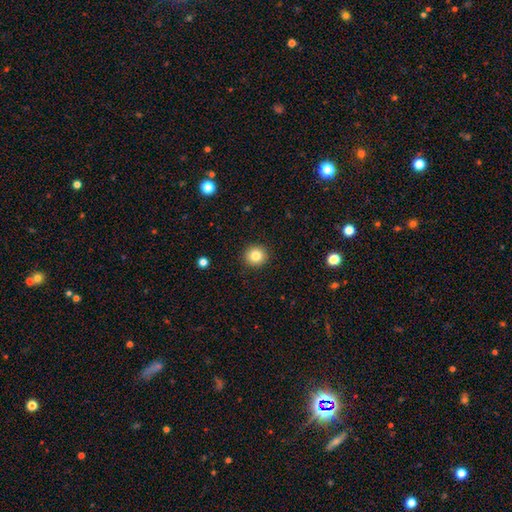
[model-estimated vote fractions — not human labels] The model was most divided on "smooth or featured": smooth: 83%, star or artifact: 11%, featured or disk: 6%. More confident: merging — none (92%); how rounded — round (91%).